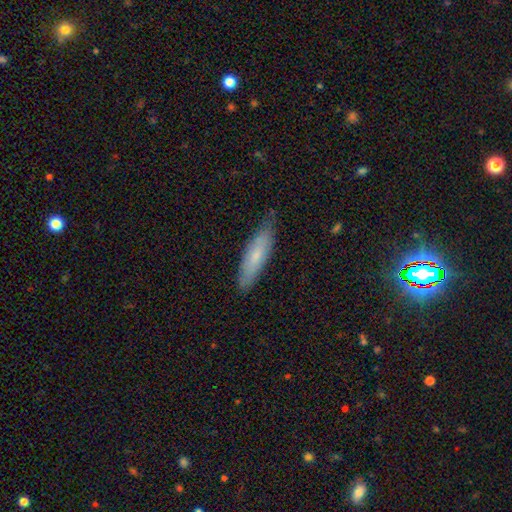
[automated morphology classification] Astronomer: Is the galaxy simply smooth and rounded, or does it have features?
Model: smooth — 69%.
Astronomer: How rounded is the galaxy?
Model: cigar-shaped — 69%.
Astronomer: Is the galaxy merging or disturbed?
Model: none — 78%.